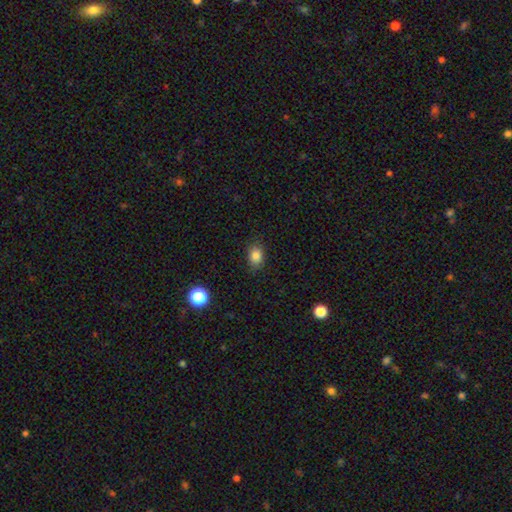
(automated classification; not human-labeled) A smooth galaxy with no disk features (83%) that is in between round and cigar-shaped (69%). Merging: none (85%).